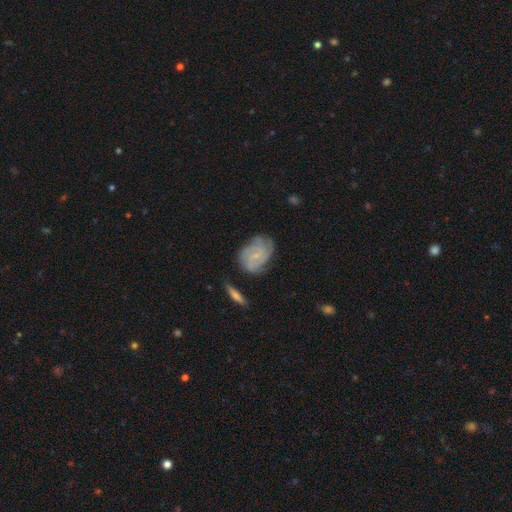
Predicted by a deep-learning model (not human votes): Smooth or featured? Predicted: featured or disk (p=0.74). Edge-on disk? Predicted: no (p=0.97). Bar? Predicted: no (p=0.57). Spiral arms? Predicted: yes (p=0.93). Spiral winding? Predicted: tight (p=0.56). Spiral arm count? Predicted: can't tell (p=0.31). Bulge size? Predicted: small (p=0.73). Merging? Predicted: none (p=0.67).